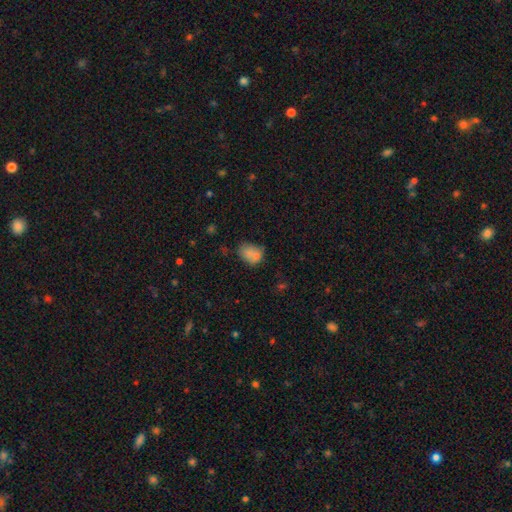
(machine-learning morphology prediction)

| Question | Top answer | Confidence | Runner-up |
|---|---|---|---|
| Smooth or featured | smooth | 74% | featured or disk (14%) |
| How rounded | in between | 63% | round (35%) |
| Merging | none | 40% | merger (35%) |